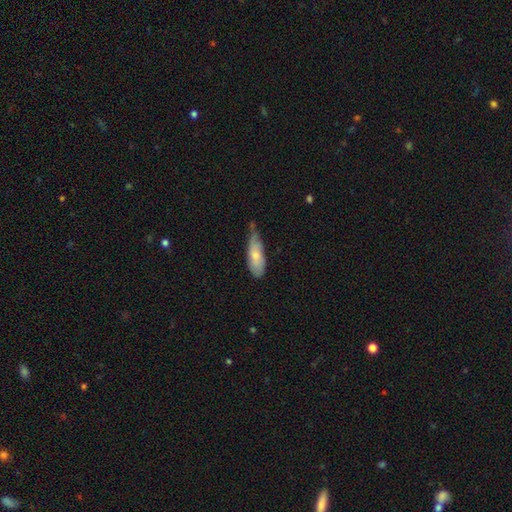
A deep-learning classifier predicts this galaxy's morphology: A smooth galaxy with no disk features (71%) that is in between round and cigar-shaped (69%). Merging: minor disturbance (50%).